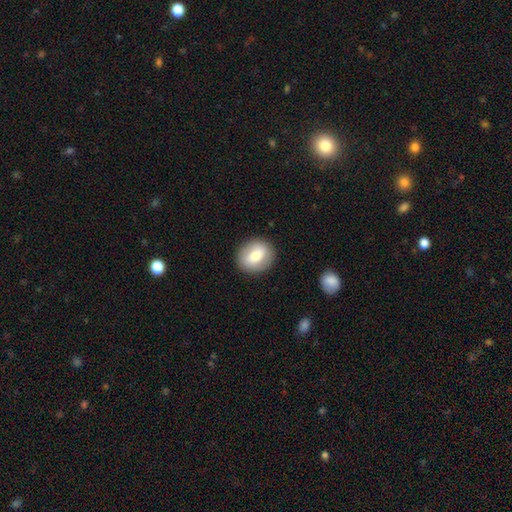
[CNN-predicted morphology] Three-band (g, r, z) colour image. It shows a smooth galaxy with no disk features (73%) that is round (70%). Merging: none (89%).